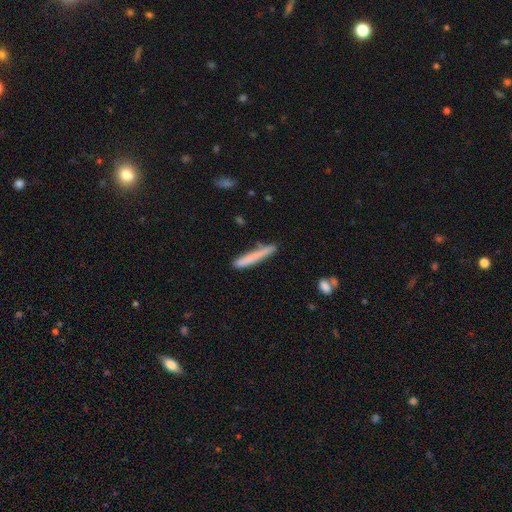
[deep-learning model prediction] Morphology: type=smooth (72%); roundness=cigar-shaped (96%); merging=none (78%).